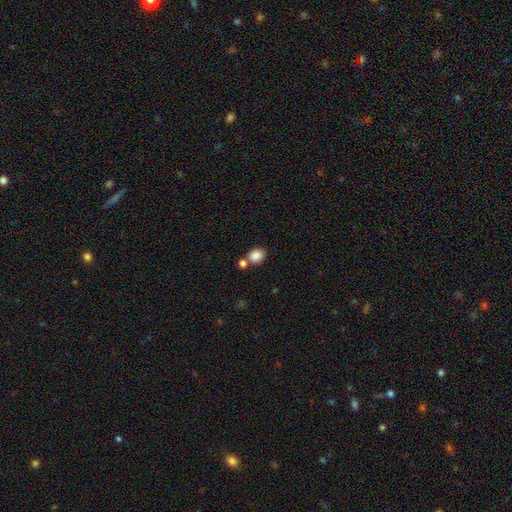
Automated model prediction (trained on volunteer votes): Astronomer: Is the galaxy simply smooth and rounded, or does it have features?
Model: smooth — 86%.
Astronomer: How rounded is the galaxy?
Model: round — 58% (runner-up: in between, 41%).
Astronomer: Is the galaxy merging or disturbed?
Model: none — 61%.